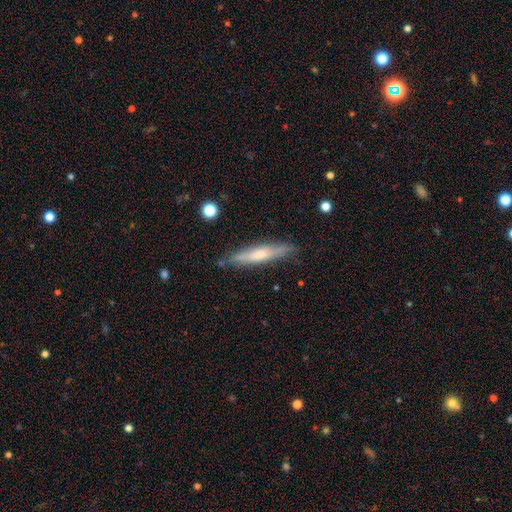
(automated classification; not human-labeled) A featured or disk galaxy (48%).

Vote fractions:
- Smooth or featured? featured or disk: 48% / smooth: 45% / star or artifact: 7%
- Merging? none: 84% / minor disturbance: 12% / major disturbance: 2% / merger: 2%